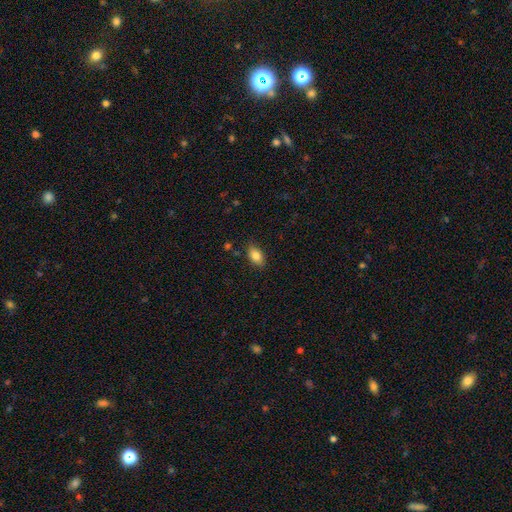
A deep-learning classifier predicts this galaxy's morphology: Smooth or featured?
  - smooth: 84% *
  - featured or disk: 8%
  - star or artifact: 8%
How rounded?
  - in between: 89% *
  - round: 8%
  - cigar-shaped: 3%
Merging?
  - none: 83% *
  - minor disturbance: 12%
  - major disturbance: 3%
  - merger: 2%